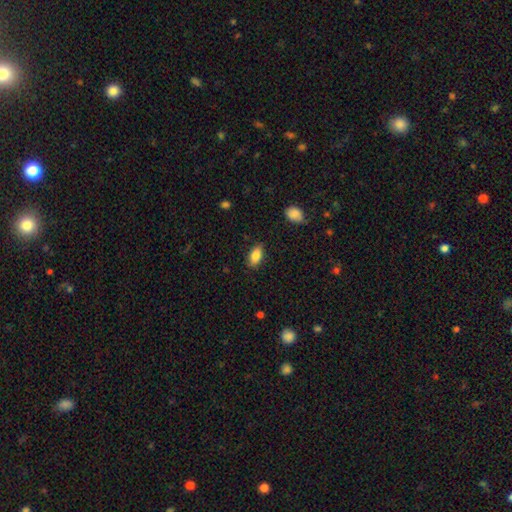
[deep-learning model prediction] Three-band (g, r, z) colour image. It shows a smooth galaxy with no disk features (83%) that is in between round and cigar-shaped (90%). Merging: none (83%).